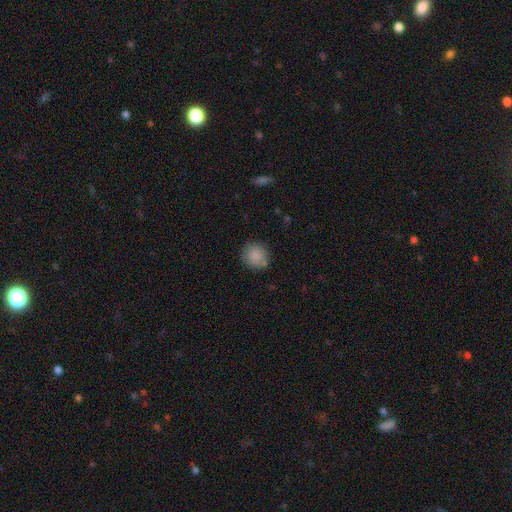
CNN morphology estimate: Smooth or featured?
  - smooth: 86% *
  - star or artifact: 9%
  - featured or disk: 5%
How rounded?
  - round: 88% *
  - in between: 11%
  - cigar-shaped: 1%
Merging?
  - none: 79% *
  - minor disturbance: 13%
  - merger: 5%
  - major disturbance: 4%